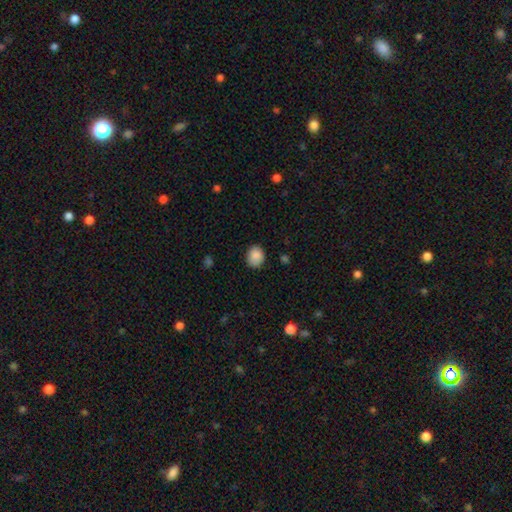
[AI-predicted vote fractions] A smooth galaxy with no disk features (88%) that is round (66%). Merging: none (82%).